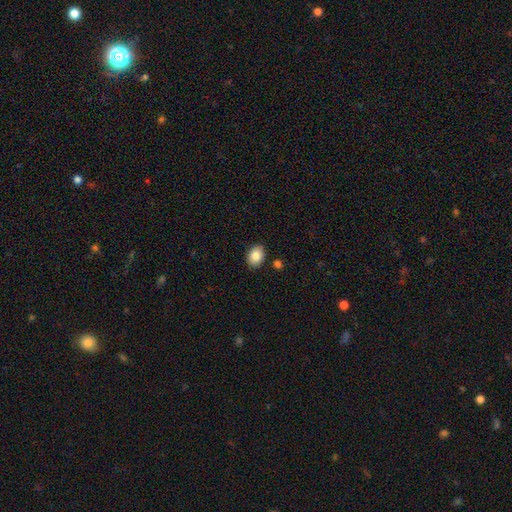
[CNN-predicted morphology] This is clearly a smooth galaxy (85%). How rounded: likely in between (70%). Merging: clearly none (87%).